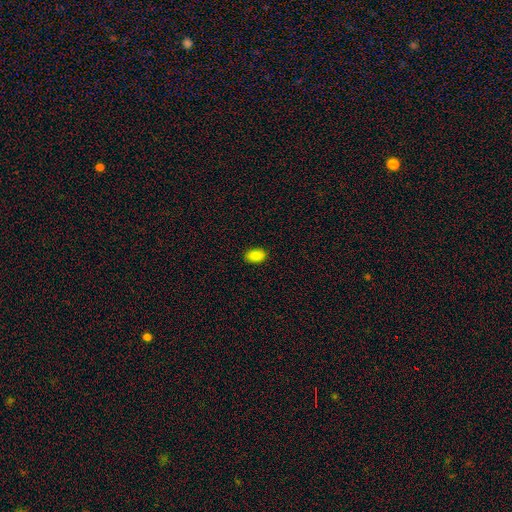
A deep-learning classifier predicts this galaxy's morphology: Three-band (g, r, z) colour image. It shows a smooth galaxy with no disk features (88%) that is in between round and cigar-shaped (91%). Merging: none (88%).